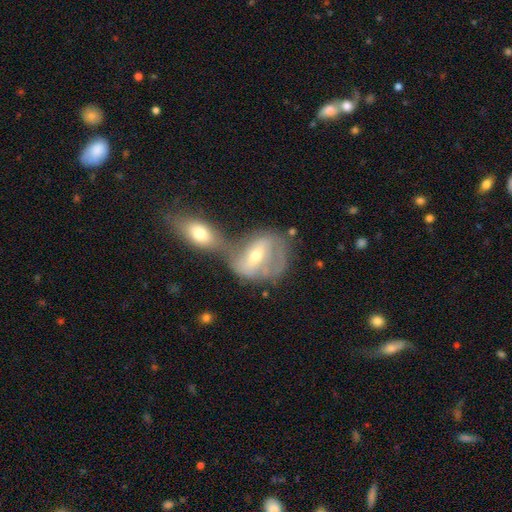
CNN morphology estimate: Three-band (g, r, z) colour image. It shows a featured or disk galaxy (66%) with a weak bar (41%), spiral arms (63%) and a moderate central bulge (57%). Merging: merger (58%).